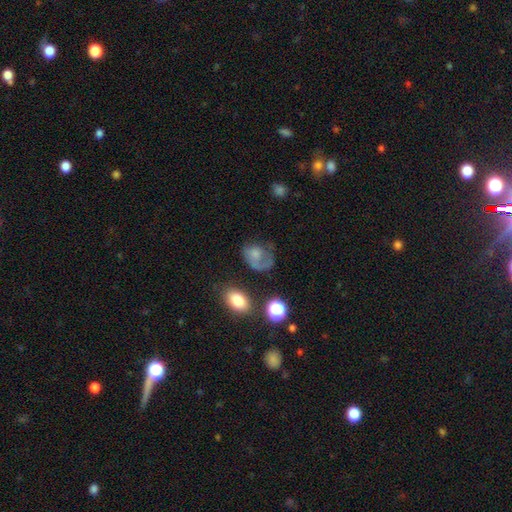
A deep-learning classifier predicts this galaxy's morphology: Smooth or featured? smooth (56%)
How rounded? in between (58%)
Merging? major disturbance (42%)